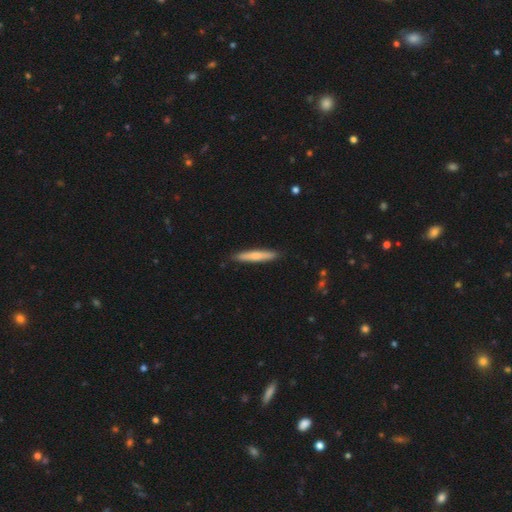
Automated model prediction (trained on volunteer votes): A smooth galaxy with no disk features (67%) that is cigar-shaped (94%).

Vote fractions:
- Smooth or featured? smooth: 67% / featured or disk: 27% / star or artifact: 5%
- How rounded? cigar-shaped: 94% / in between: 5% / round: 1%
- Merging? none: 89% / minor disturbance: 9% / major disturbance: 1% / merger: 1%